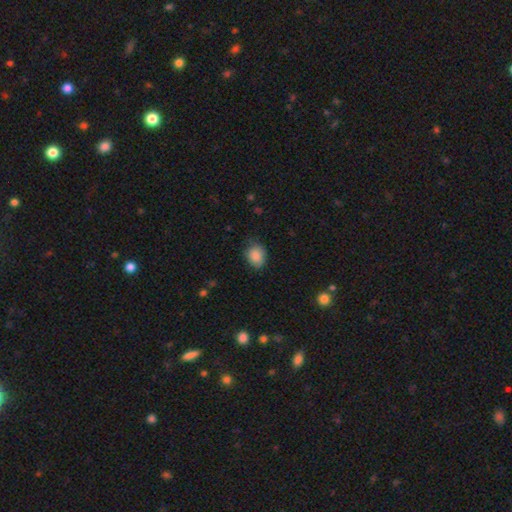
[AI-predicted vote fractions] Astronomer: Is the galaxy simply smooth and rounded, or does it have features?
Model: smooth — 87%.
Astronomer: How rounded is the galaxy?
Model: in between — 52% (runner-up: round, 47%).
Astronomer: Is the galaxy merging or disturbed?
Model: none — 72%.